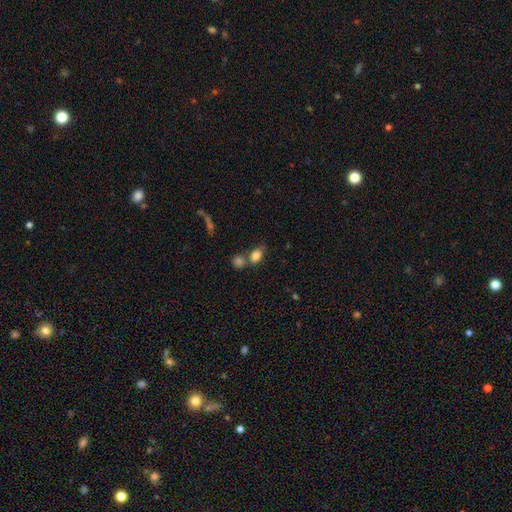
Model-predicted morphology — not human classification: Overall: smooth (83%). How rounded: in between (77%). Merging: none (48%; merger 34%).